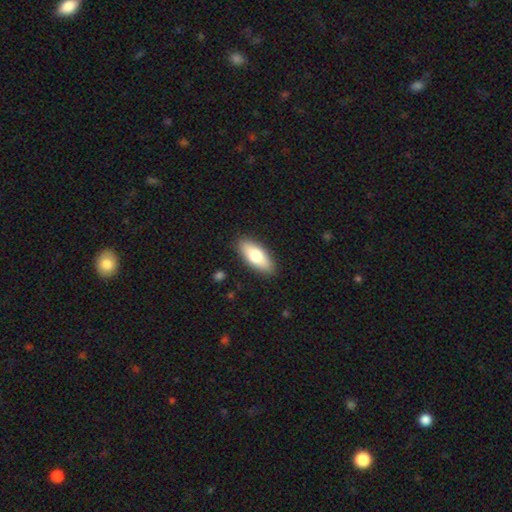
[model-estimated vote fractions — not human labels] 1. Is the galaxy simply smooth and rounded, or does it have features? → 75% smooth, 19% featured or disk, 6% star or artifact.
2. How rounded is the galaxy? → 78% in between, 20% cigar-shaped, 2% round.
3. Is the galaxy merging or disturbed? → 89% none, 8% minor disturbance, 2% major disturbance, 1% merger.